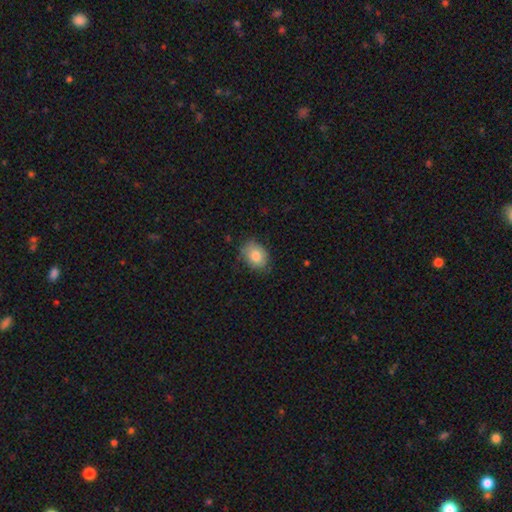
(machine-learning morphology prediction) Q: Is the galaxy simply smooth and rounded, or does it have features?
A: smooth — 81%.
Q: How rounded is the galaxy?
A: in between — 70%.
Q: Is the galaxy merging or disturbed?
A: none — 75%.